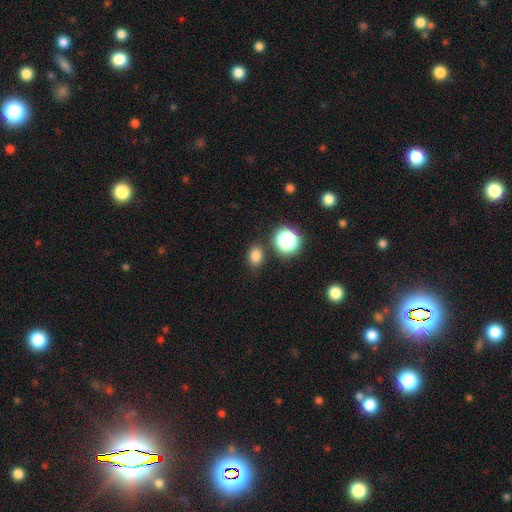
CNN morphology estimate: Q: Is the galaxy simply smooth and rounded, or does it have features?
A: smooth — 78%.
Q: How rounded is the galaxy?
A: in between — 58%.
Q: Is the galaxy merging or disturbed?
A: none — 82%.